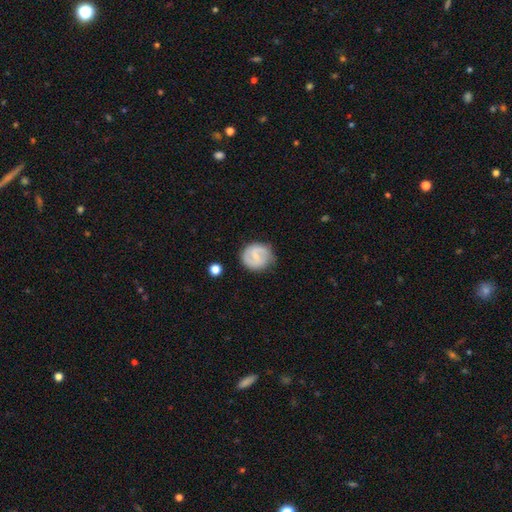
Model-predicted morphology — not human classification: Overall: featured or disk (64%; smooth 30%). Edge-on disk: no (98%). Bar: weak (54%; strong 25%). Spiral arms: yes (86%). Spiral arm count: 2 (81%). Spiral winding: medium (45%; tight 36%). Bulge size: small (53%; none 28%). Merging: none (77%).